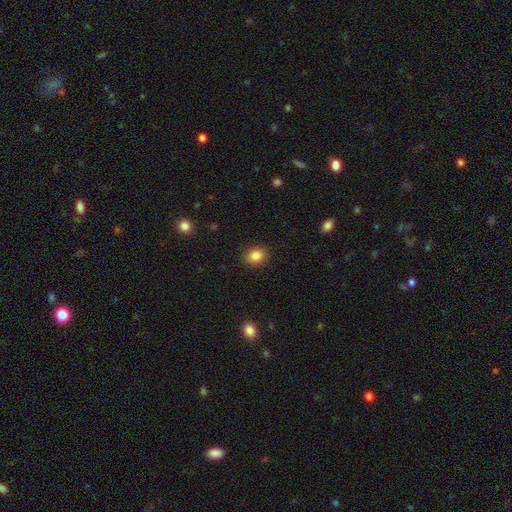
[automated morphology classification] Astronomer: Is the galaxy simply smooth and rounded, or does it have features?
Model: smooth — 84%.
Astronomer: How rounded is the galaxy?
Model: round — 62%.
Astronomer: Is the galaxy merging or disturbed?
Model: none — 90%.